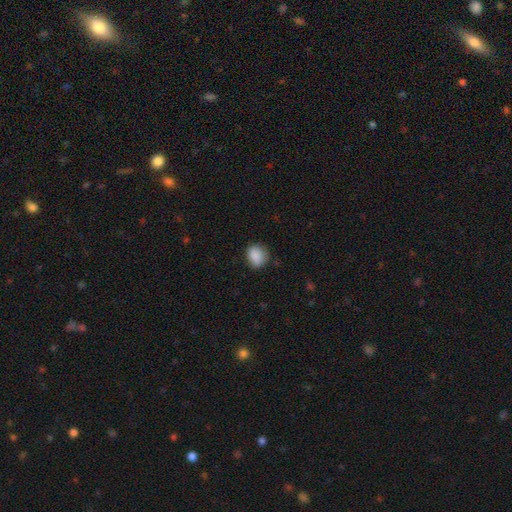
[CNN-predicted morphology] Overall: smooth (88%). How rounded: round (66%; in between 33%). Merging: none (77%).